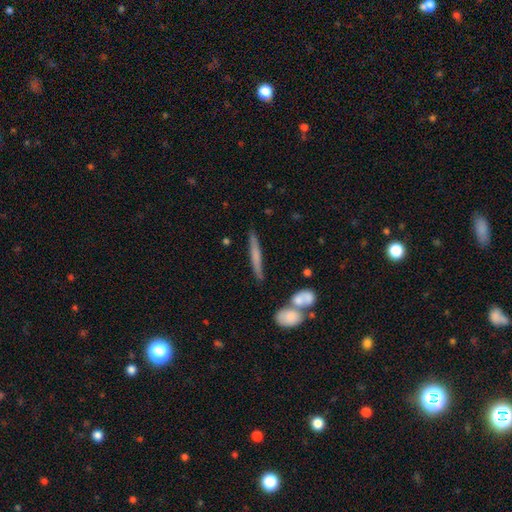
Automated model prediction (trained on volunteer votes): A smooth galaxy with no disk features (50%) that is cigar-shaped (93%). Merging: none (80%).